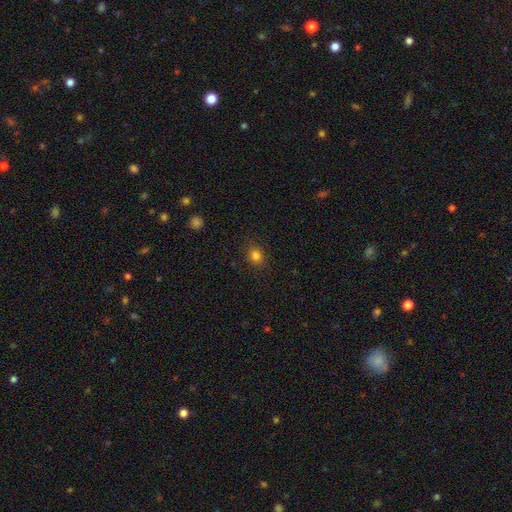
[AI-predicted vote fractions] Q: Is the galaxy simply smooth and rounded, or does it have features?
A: smooth — 82%.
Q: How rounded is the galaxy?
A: round — 66%.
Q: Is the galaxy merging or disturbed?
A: none — 88%.